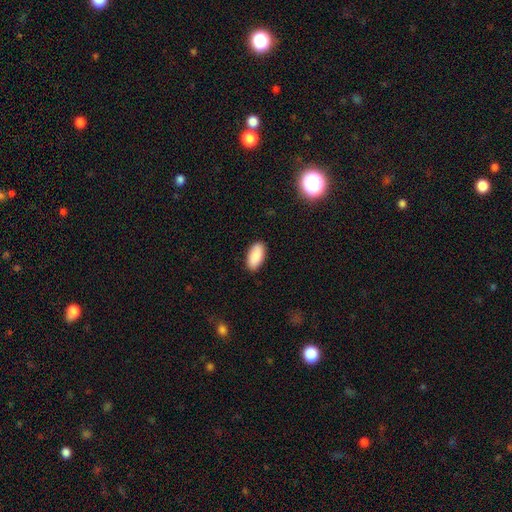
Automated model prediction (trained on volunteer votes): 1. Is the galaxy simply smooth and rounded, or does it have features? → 89% smooth, 6% star or artifact, 5% featured or disk.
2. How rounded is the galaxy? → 93% in between, 5% cigar-shaped, 2% round.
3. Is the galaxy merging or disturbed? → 89% none, 8% minor disturbance, 2% major disturbance, 1% merger.